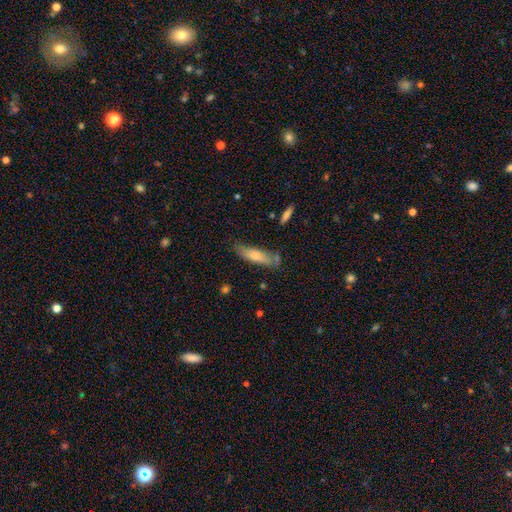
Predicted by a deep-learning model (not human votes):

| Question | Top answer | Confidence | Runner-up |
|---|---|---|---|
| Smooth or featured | smooth | 72% | featured or disk (22%) |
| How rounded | cigar-shaped | 63% | in between (35%) |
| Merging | none | 66% | minor disturbance (23%) |